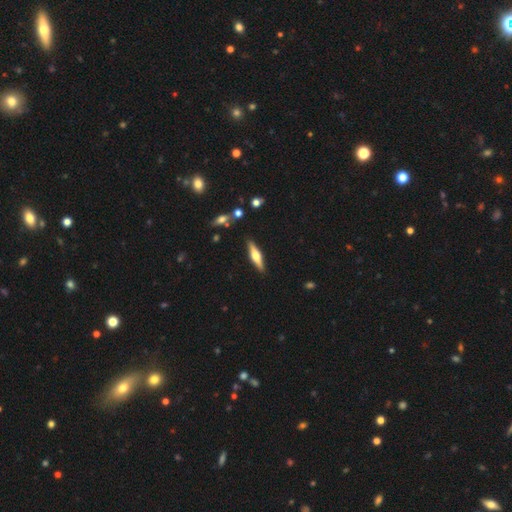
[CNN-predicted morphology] Smooth or featured: featured or disk — 60% (smooth — 34%)
Edge-on disk: yes — 96% (no — 4%)
Edge-on bulge: rounded — 91% (boxy — 6%)
Merging: none — 88% (minor disturbance — 8%)